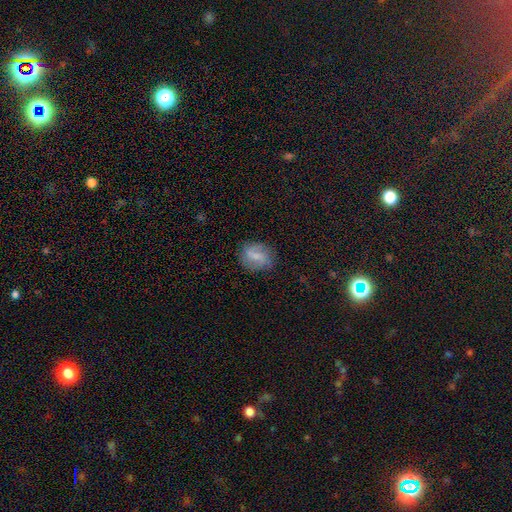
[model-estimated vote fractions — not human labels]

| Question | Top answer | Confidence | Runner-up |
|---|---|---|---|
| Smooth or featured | smooth | 59% | featured or disk (32%) |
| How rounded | in between | 56% | round (42%) |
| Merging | none | 74% | minor disturbance (18%) |